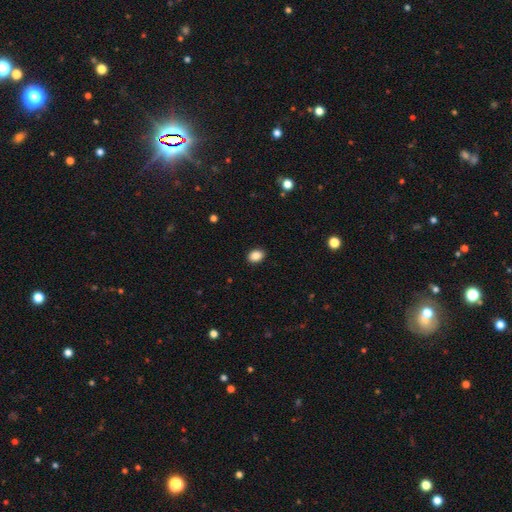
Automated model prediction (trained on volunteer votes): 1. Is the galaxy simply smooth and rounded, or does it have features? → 87% smooth, 9% star or artifact, 4% featured or disk.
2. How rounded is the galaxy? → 68% in between, 31% round, 1% cigar-shaped.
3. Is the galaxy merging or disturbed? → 91% none, 7% minor disturbance, 2% major disturbance, 1% merger.